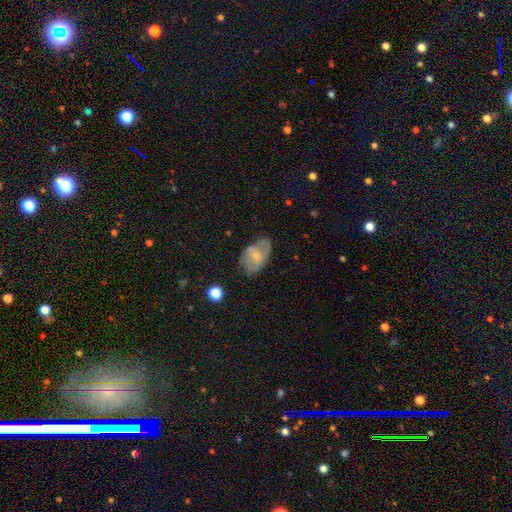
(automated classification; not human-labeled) Q: Smooth or featured?
A: featured or disk (49%); runner-up: smooth (44%)
Q: Merging?
A: none (50%); runner-up: minor disturbance (30%)